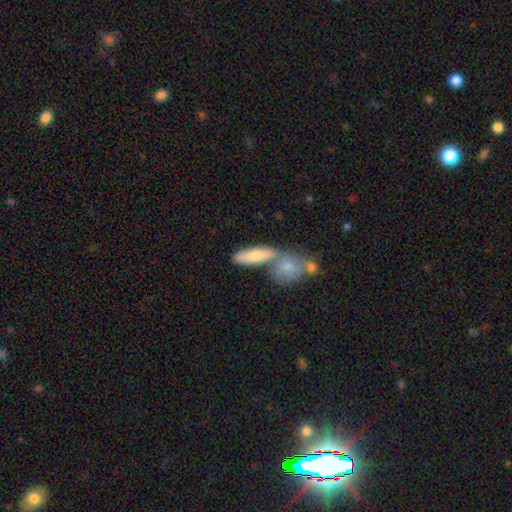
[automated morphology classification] type=smooth (77%); roundness=in between (49%); merging=none (47%).